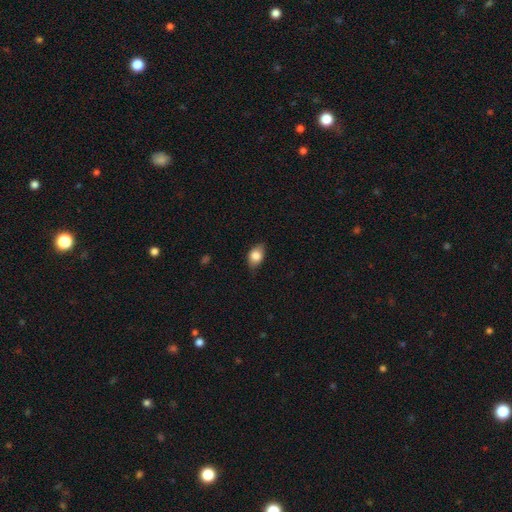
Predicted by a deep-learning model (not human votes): A smooth galaxy with no disk features (79%) that is in between round and cigar-shaped (79%).

Vote fractions:
- Smooth or featured? smooth: 79% / featured or disk: 13% / star or artifact: 8%
- How rounded? in between: 79% / round: 19% / cigar-shaped: 2%
- Merging? none: 68% / minor disturbance: 26% / major disturbance: 5% / merger: 1%